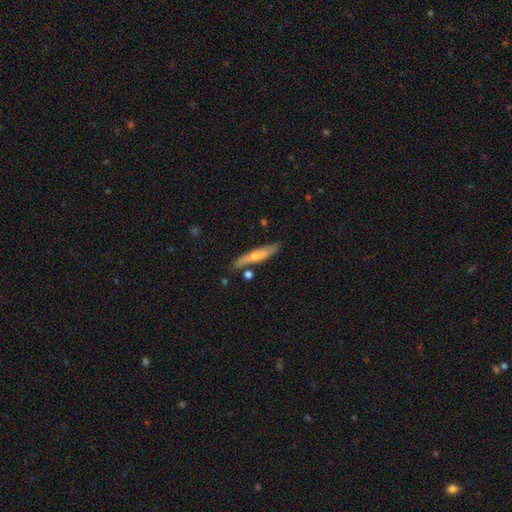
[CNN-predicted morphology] This is possibly a smooth galaxy (50%). How rounded: clearly cigar-shaped (89%). Merging: likely none (79%).